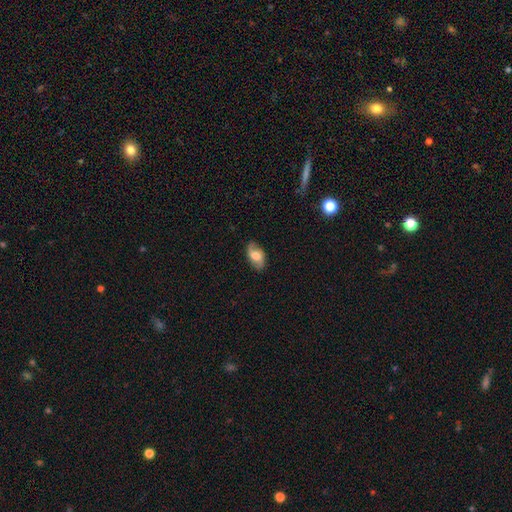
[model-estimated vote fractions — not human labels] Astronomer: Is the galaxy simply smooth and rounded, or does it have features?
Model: featured or disk — 51% (runner-up: smooth, 42%).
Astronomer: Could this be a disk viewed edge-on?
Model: no — 93%.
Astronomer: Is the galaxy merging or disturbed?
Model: none — 80%.